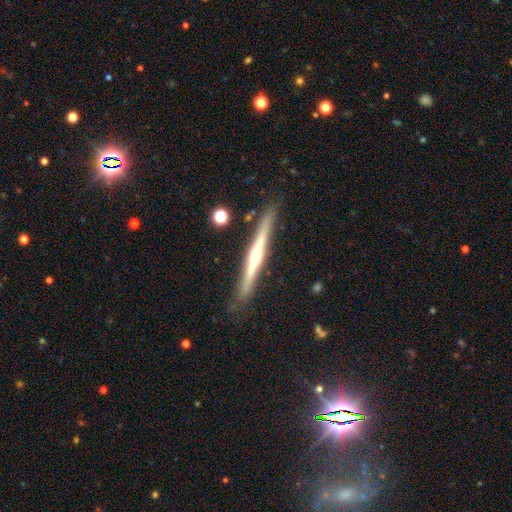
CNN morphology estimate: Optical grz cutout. It shows a featured or disk galaxy (69%) viewed edge-on (98%) with a rounded central bulge (63%). Merging: none (87%).